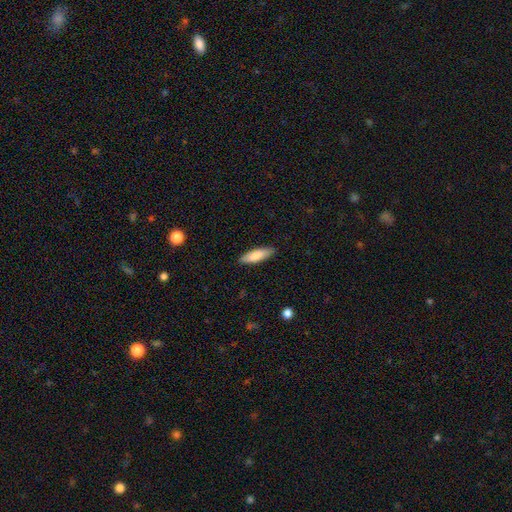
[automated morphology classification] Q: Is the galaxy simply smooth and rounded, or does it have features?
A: smooth — 81%.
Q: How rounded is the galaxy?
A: cigar-shaped — 53%.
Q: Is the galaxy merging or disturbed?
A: none — 87%.